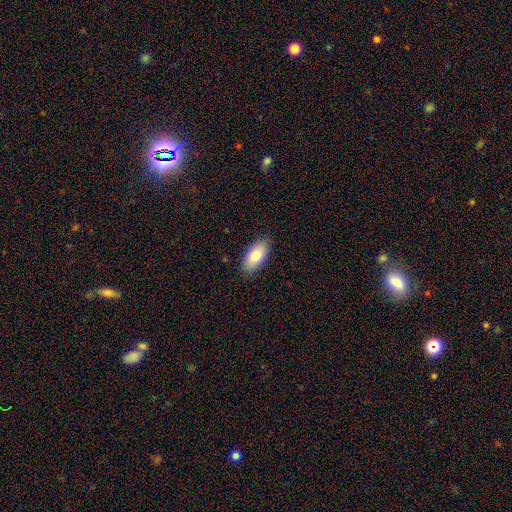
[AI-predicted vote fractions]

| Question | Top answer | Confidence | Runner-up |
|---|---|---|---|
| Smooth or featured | smooth | 81% | featured or disk (13%) |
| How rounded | in between | 92% | cigar-shaped (6%) |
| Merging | none | 87% | minor disturbance (10%) |